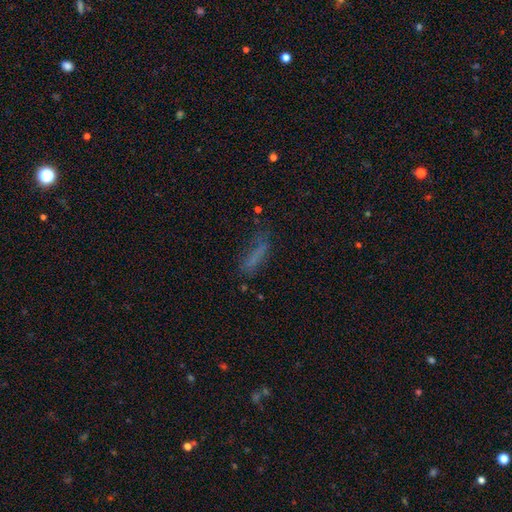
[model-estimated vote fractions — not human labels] Smooth or featured: smooth — 62% (featured or disk — 21%)
How rounded: cigar-shaped — 65% (in between — 32%)
Merging: none — 53% (minor disturbance — 25%)